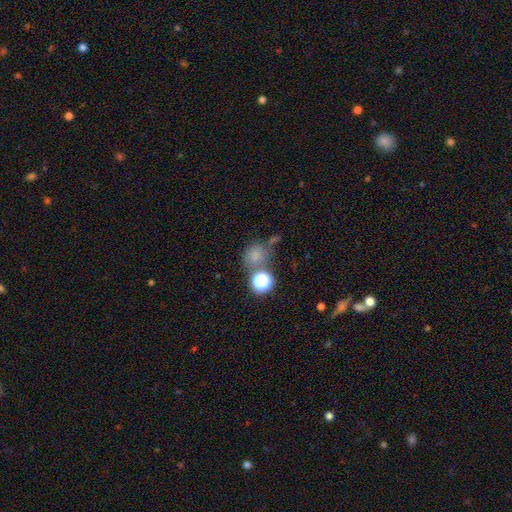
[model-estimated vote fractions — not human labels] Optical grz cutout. It shows a smooth galaxy with no disk features (71%) that is round (79%). Merging: none (59%).